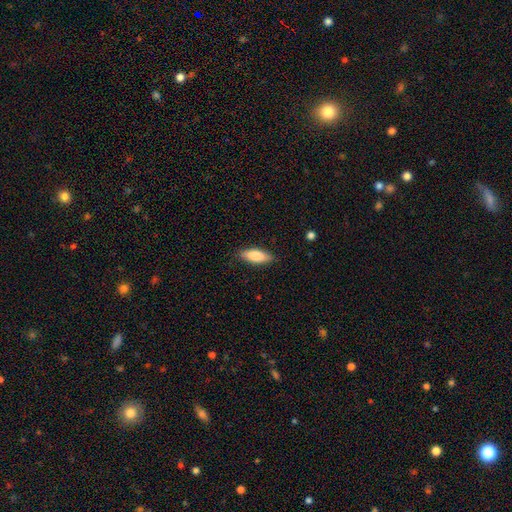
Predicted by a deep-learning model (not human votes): smooth 82%, featured or disk 12%, star or artifact 6%. Down the decision tree: how rounded — in between (68%); merging — none (86%).